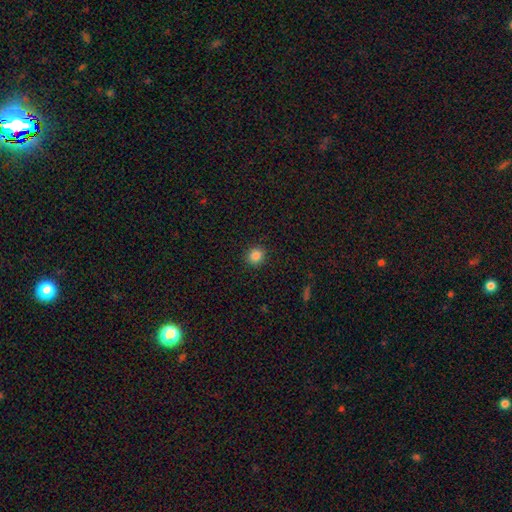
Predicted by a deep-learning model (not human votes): Morphology: type=smooth (85%); roundness=round (87%); merging=none (92%).